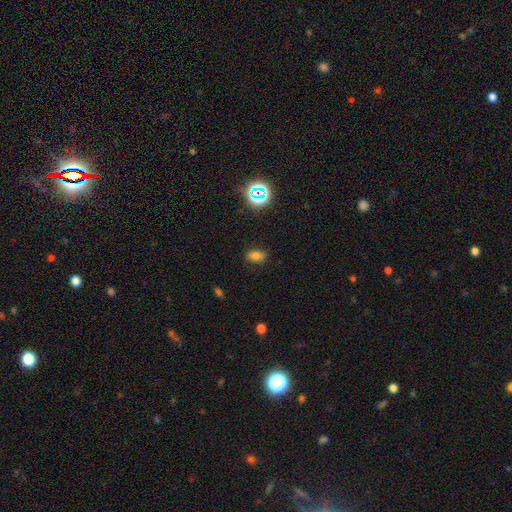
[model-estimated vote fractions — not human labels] The model was most divided on "smooth or featured": smooth: 73%, star or artifact: 19%, featured or disk: 8%. More confident: how rounded — in between (85%); merging — none (84%).